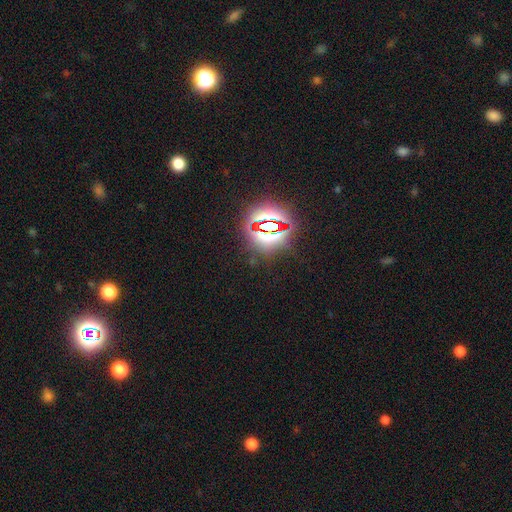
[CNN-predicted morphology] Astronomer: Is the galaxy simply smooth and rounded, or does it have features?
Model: star or artifact — 80%.